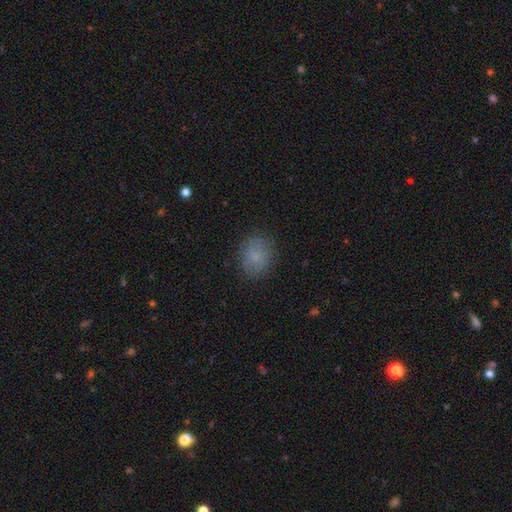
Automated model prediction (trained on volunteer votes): Q: Smooth or featured?
A: smooth (81%); runner-up: featured or disk (10%)
Q: How rounded?
A: round (52%); runner-up: in between (47%)
Q: Merging?
A: none (83%); runner-up: minor disturbance (12%)